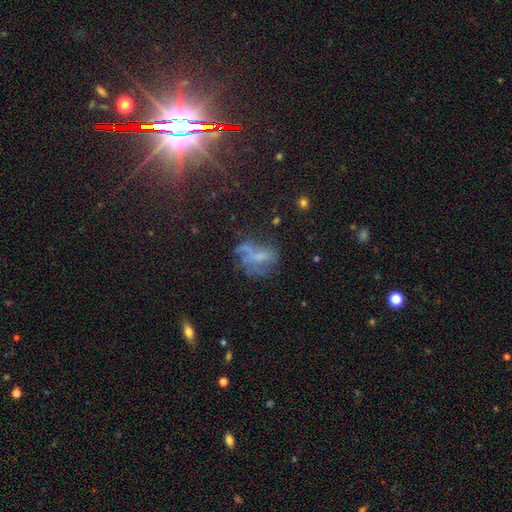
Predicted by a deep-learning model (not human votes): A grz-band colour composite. It shows a featured or disk galaxy (41%). Merging: none (41%).